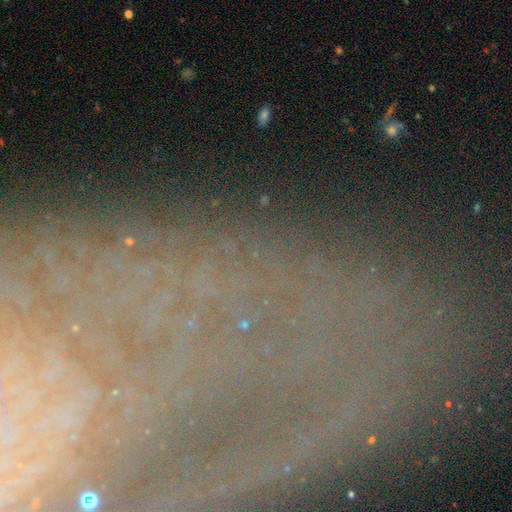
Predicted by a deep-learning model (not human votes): smooth-or-featured: star or artifact: 57% | featured or disk: 27% | smooth: 16%